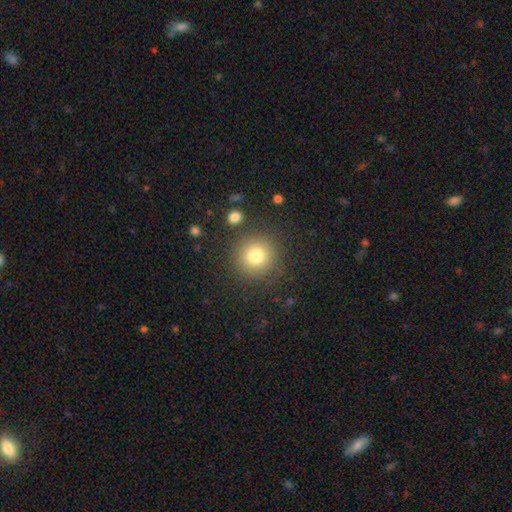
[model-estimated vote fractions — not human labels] The model was most divided on "smooth or featured": smooth: 78%, star or artifact: 12%, featured or disk: 9%. More confident: how rounded — round (94%); merging — none (86%).